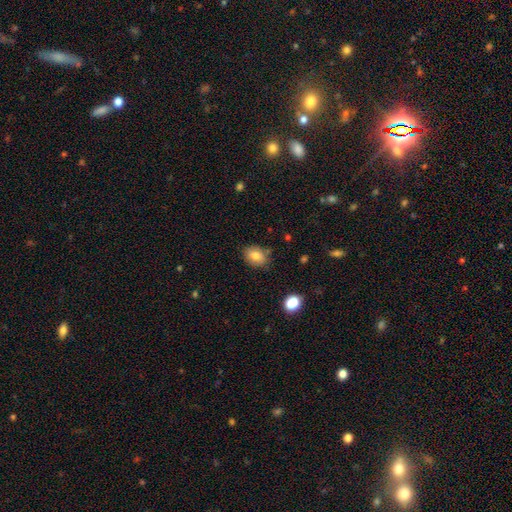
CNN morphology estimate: This appears to be a smooth galaxy with no disk features (81%) that is in between round and cigar-shaped (67%). Merging: none (80%).